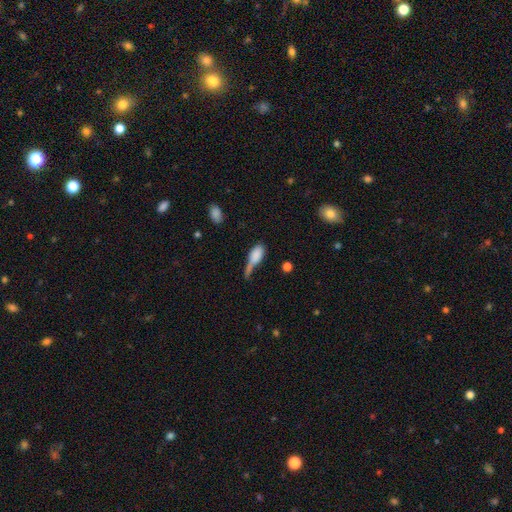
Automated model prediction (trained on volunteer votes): Smooth or featured? Predicted: smooth (p=0.79). How rounded? Predicted: in between (p=0.80). Merging? Predicted: major disturbance (p=0.31).